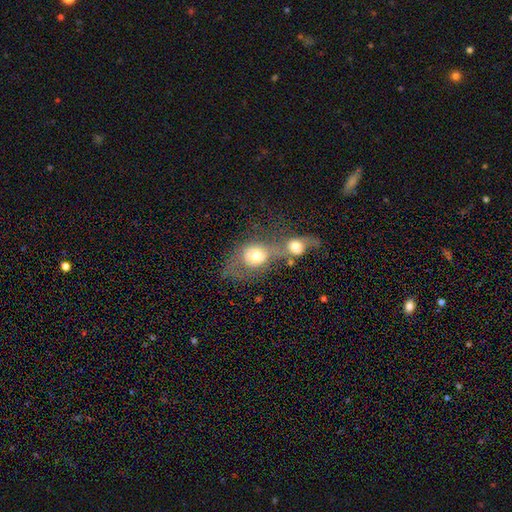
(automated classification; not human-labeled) A smooth galaxy with no disk features (65%) that is round (61%).

Vote fractions:
- Smooth or featured? smooth: 65% / featured or disk: 25% / star or artifact: 10%
- How rounded? round: 61% / in between: 37% / cigar-shaped: 2%
- Merging? merger: 71% / none: 12% / major disturbance: 11% / minor disturbance: 6%